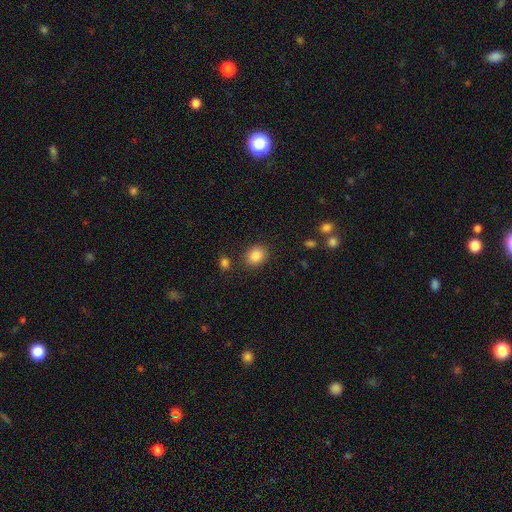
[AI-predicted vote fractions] Morphology: type=smooth (86%); roundness=round (62%); merging=none (82%).